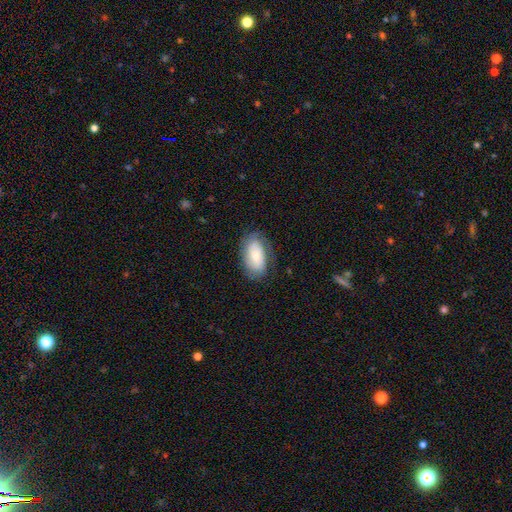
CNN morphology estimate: The model was most divided on "smooth or featured": smooth: 67%, featured or disk: 27%, star or artifact: 7%. More confident: how rounded — in between (93%); merging — none (76%).